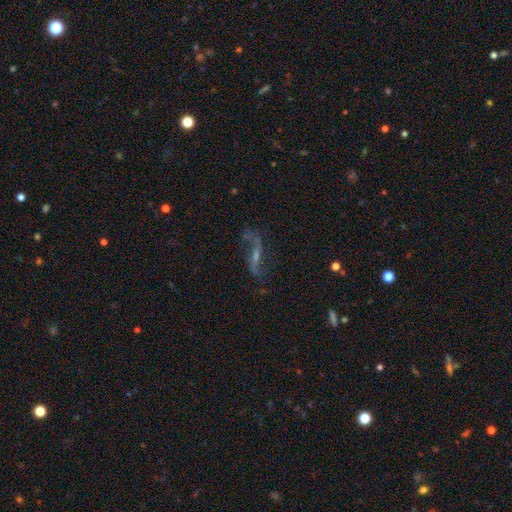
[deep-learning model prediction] smooth-or-featured: featured or disk: 73% | star or artifact: 15% | smooth: 12%
  disk-edge-on: no: 85% | yes: 15%
    bar: weak: 39% (tied) | no: 39% (tied) | strong: 23%
    has-spiral-arms: yes: 88% | no: 12%
      spiral-winding: loose: 78% | medium: 16% | tight: 6%
      spiral-arm-count: 2: 87% | 1: 5% | can't tell: 5% | 3: 1% | 4: 1% | more than 4: 1%
    bulge-size: small: 53% | moderate: 33% | none: 10% | large: 3% | dominant: 2%
  merging: none: 67% | minor disturbance: 15% | major disturbance: 14% | merger: 4%